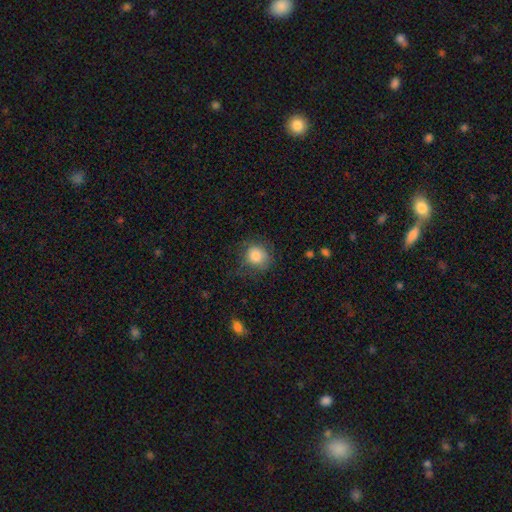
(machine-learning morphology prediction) Q: Smooth or featured?
A: smooth (83%); runner-up: star or artifact (9%)
Q: How rounded?
A: round (84%); runner-up: in between (15%)
Q: Merging?
A: none (69%); runner-up: minor disturbance (20%)